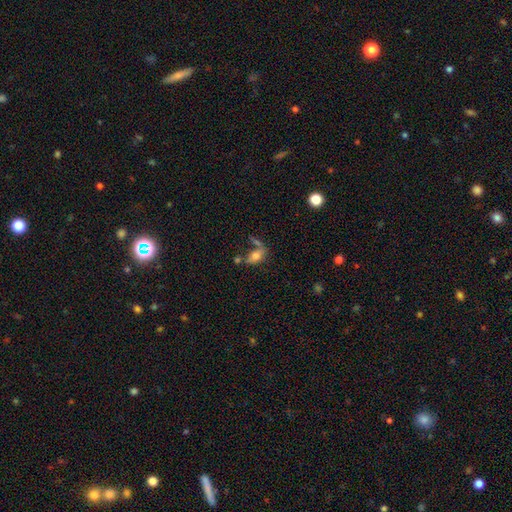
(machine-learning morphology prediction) Smooth or featured? Predicted: smooth (p=0.69). How rounded? Predicted: in between (p=0.85). Merging? Predicted: none (p=0.38).